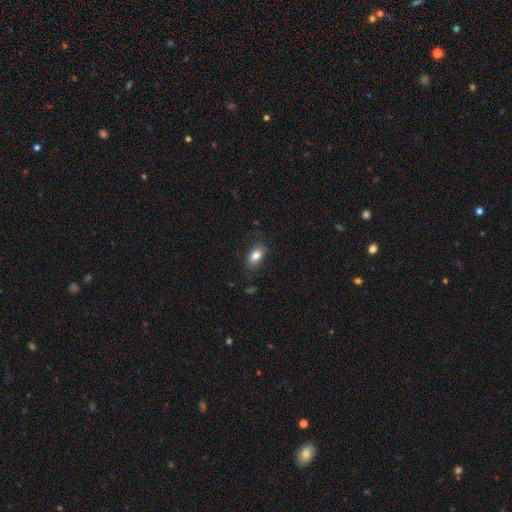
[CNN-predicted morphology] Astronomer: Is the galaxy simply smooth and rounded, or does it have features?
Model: smooth — 82%.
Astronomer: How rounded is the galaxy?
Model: in between — 88%.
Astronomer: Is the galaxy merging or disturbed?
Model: none — 80%.